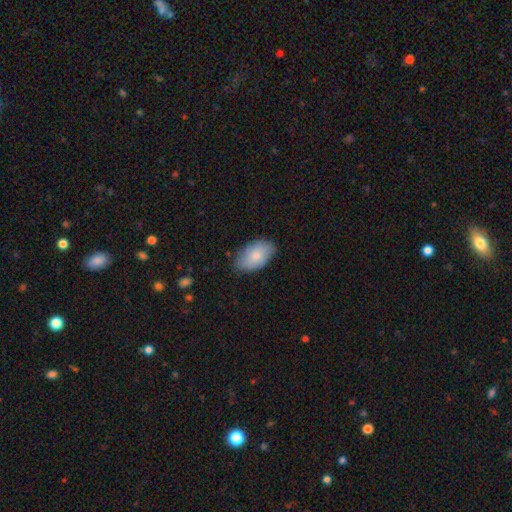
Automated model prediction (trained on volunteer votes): Smooth or featured? Predicted: smooth (p=0.77). How rounded? Predicted: in between (p=0.93). Merging? Predicted: none (p=0.74).